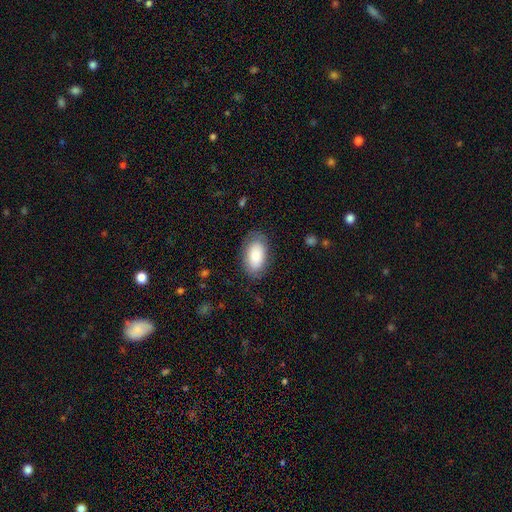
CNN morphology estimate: smooth 81%, featured or disk 13%, star or artifact 6%. Down the decision tree: how rounded — in between (94%); merging — none (79%).